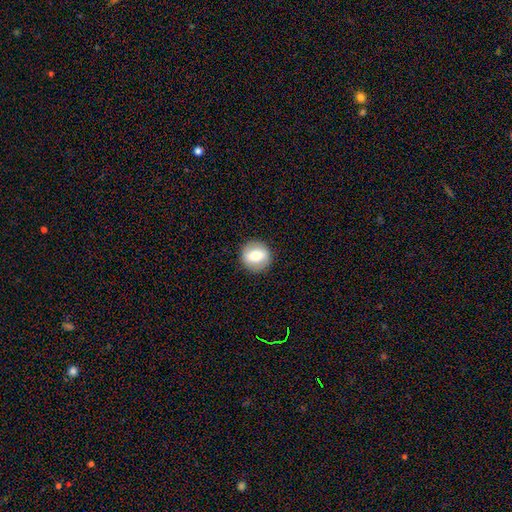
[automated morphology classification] Overall: smooth (63%; featured or disk 29%). How rounded: round (89%). Merging: none (89%).